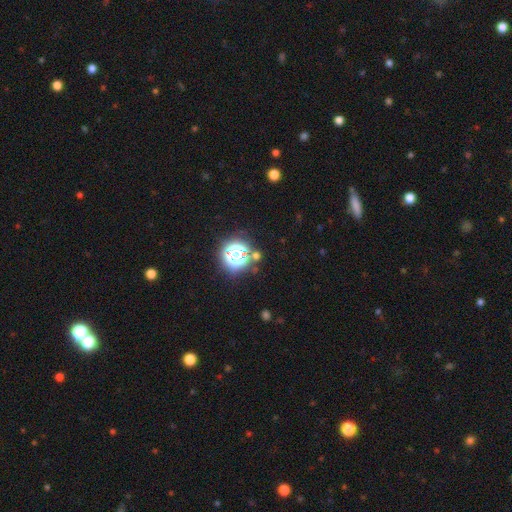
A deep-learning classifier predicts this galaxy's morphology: Smooth or featured?
  - star or artifact: 69% *
  - smooth: 23%
  - featured or disk: 9%